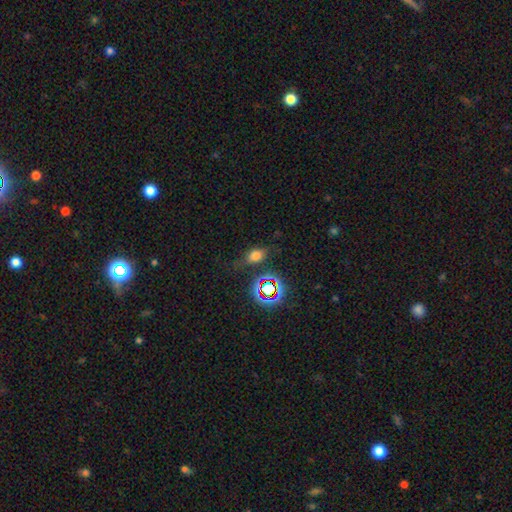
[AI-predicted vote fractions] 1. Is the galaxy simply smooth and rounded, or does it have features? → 62% smooth, 25% star or artifact, 13% featured or disk.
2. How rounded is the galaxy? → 72% in between, 22% round, 5% cigar-shaped.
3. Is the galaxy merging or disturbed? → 65% none, 22% minor disturbance, 10% major disturbance, 4% merger.